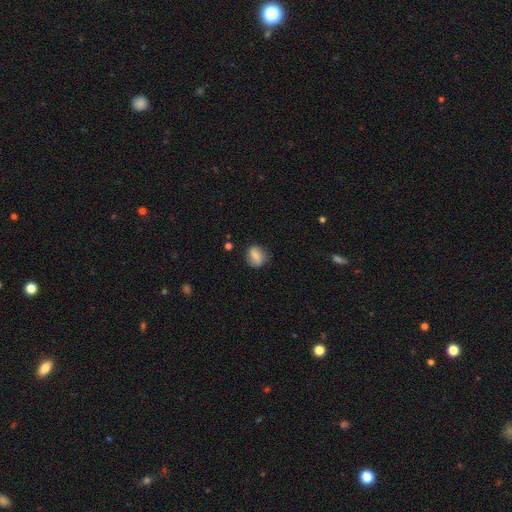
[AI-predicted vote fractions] Smooth or featured? smooth (68%)
How rounded? round (55%)
Merging? none (77%)